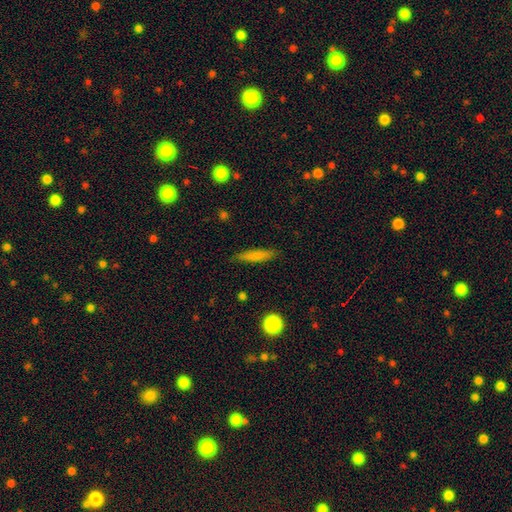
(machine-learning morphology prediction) smooth_or_featured: smooth (p=0.78) [alt: featured or disk p=0.15]
how_rounded: cigar-shaped (p=0.84) [alt: in between p=0.14]
merging: none (p=0.86) [alt: minor disturbance p=0.10]